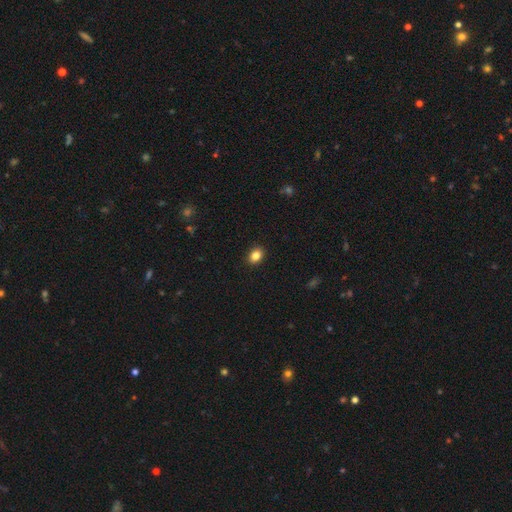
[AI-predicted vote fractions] This is clearly a smooth galaxy (85%). How rounded: likely in between (64%). Merging: clearly none (90%).